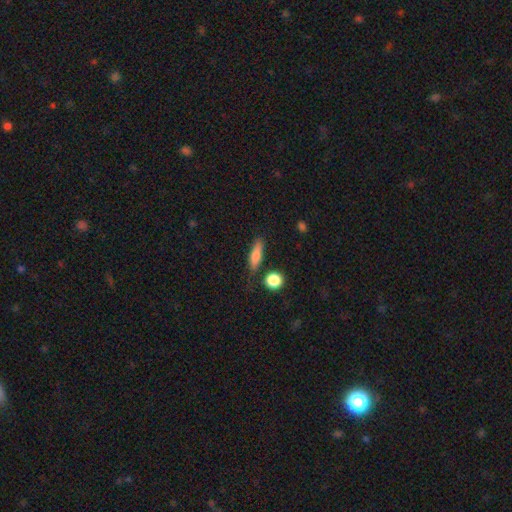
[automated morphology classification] Smooth or featured: smooth — 73% (featured or disk — 19%)
How rounded: cigar-shaped — 59% (in between — 35%)
Merging: none — 76% (minor disturbance — 16%)